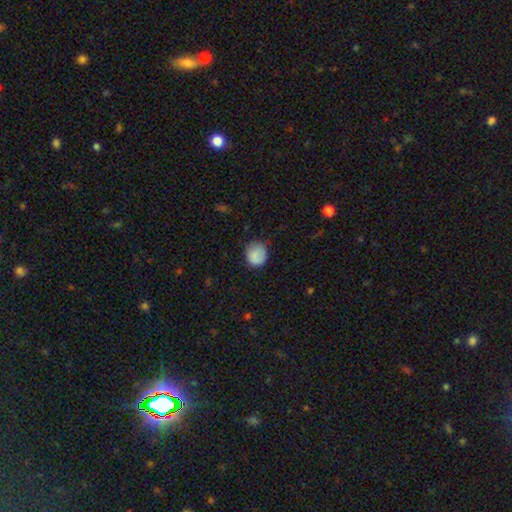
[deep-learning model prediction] This appears to be a smooth galaxy with no disk features (84%) that is round (83%). Merging: none (69%).